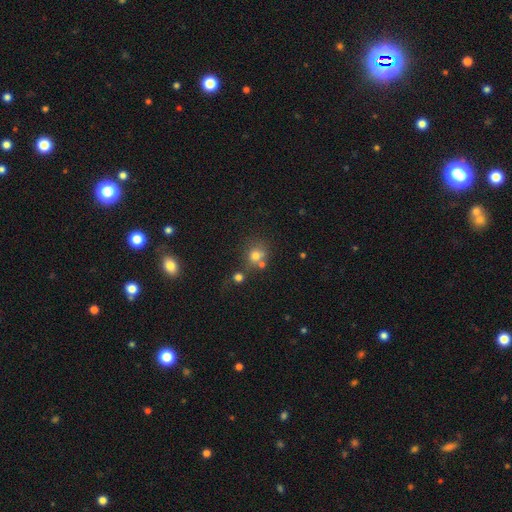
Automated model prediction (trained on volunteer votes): Morphology: type=smooth (71%); roundness=round (80%); merging=none (54%).